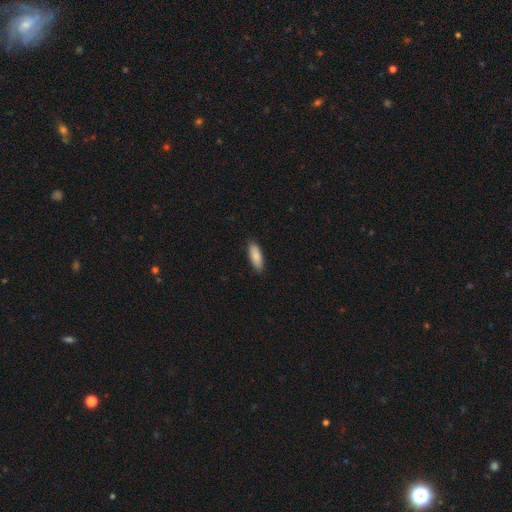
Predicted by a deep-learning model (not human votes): Overall: smooth (88%). How rounded: in between (66%; cigar-shaped 33%). Merging: none (88%).